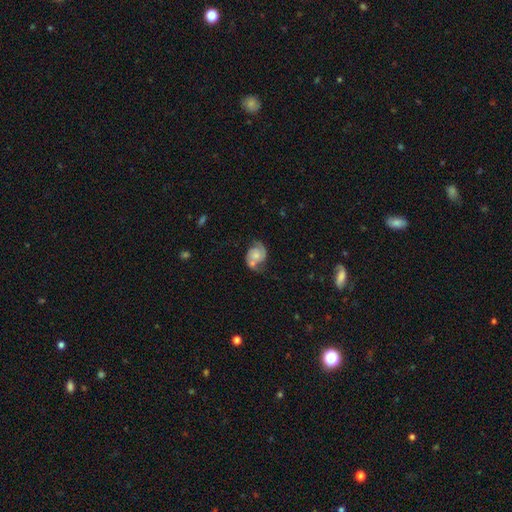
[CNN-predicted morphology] Overall: featured or disk (75%). Edge-on disk: no (98%). Bar: no (72%). Spiral arms: yes (94%). Spiral arm count: 2 (87%). Spiral winding: medium (47%; tight 31%). Bulge size: small (43%; moderate 40%). Merging: none (50%; merger 20%).